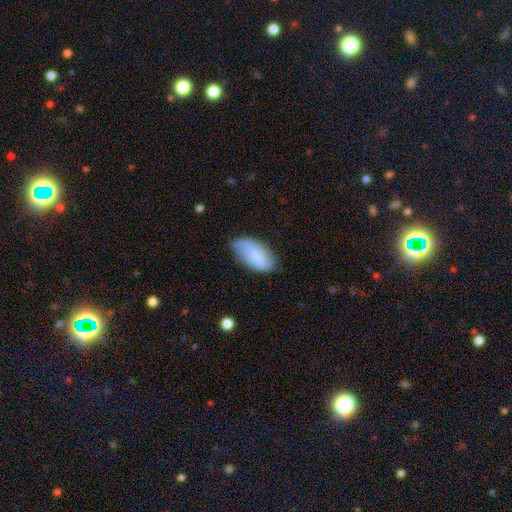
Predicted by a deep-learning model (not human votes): A smooth galaxy with no disk features (63%) that is in between round and cigar-shaped (94%). Merging: none (49%).